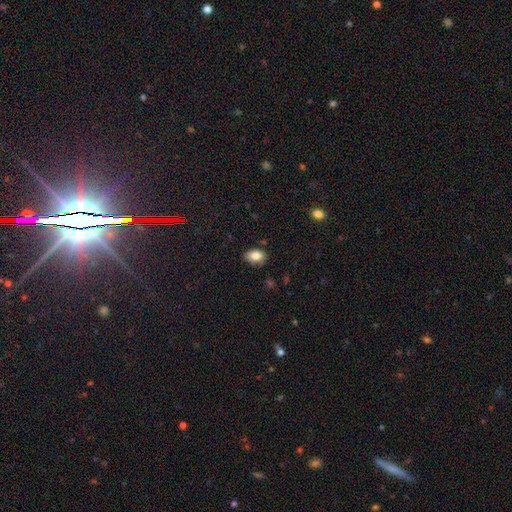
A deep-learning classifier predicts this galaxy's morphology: smooth 83%, star or artifact 9%, featured or disk 8%. Down the decision tree: how rounded — in between (82%); merging — none (78%).